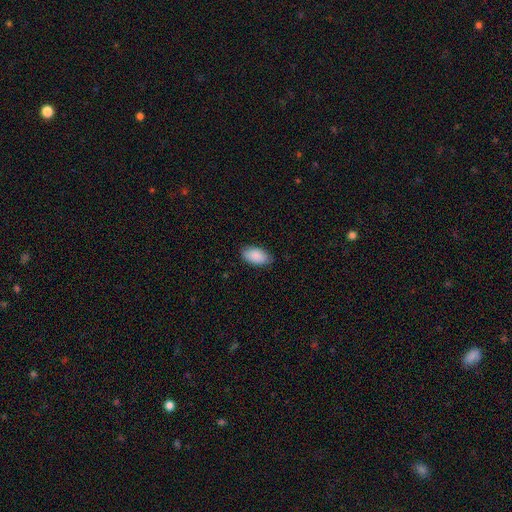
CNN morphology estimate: smooth 89%, star or artifact 6%, featured or disk 5%. Down the decision tree: how rounded — in between (94%); merging — none (82%).